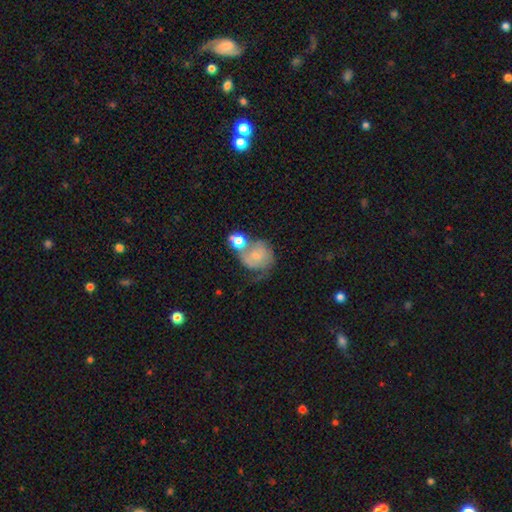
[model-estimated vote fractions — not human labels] A featured or disk galaxy (48%). Merging: merger (37%).